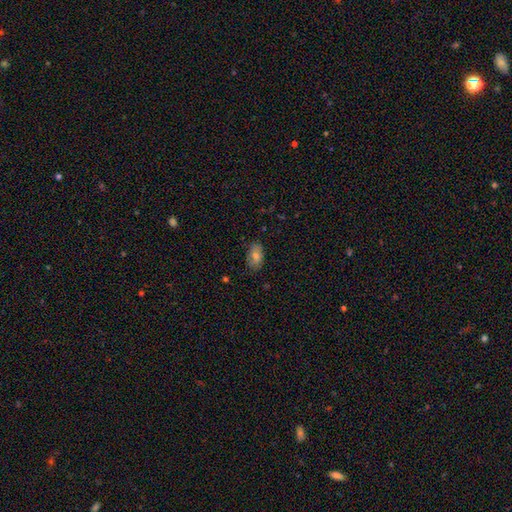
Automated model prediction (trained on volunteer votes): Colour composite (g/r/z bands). It shows a smooth galaxy with no disk features (68%) that is in between round and cigar-shaped (90%). Merging: none (79%).